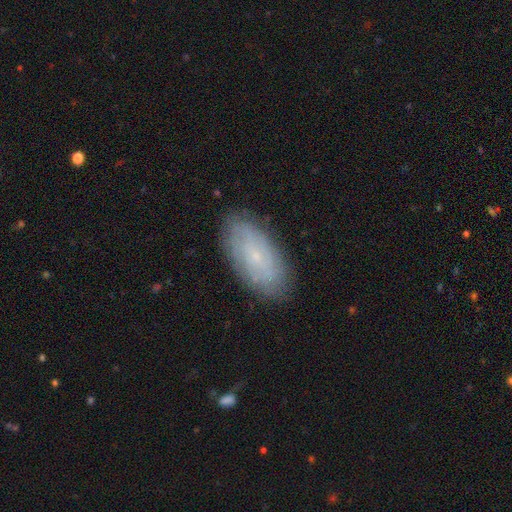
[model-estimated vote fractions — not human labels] The model was most divided on "smooth or featured": featured or disk: 53%, smooth: 38%, star or artifact: 9%. More confident: edge-on disk — no (91%); merging — none (84%).